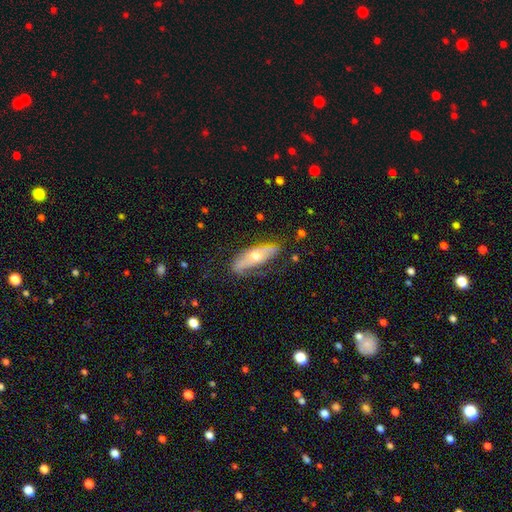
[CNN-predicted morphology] Smooth or featured? Predicted: featured or disk (p=0.59). Edge-on disk? Predicted: no (p=0.53). Merging? Predicted: none (p=0.65).